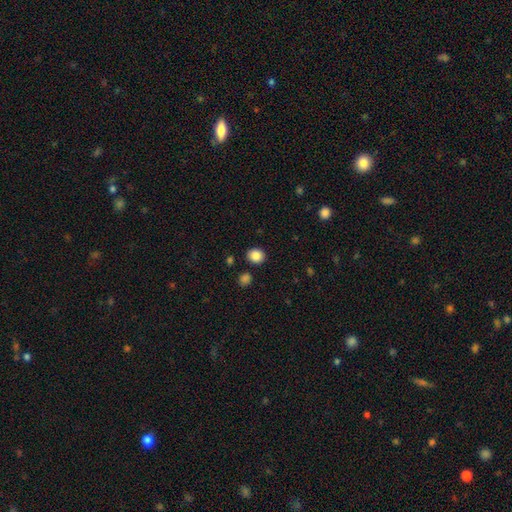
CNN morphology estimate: smooth 86%, star or artifact 10%, featured or disk 4%. Down the decision tree: how rounded — round (73%); merging — none (88%).